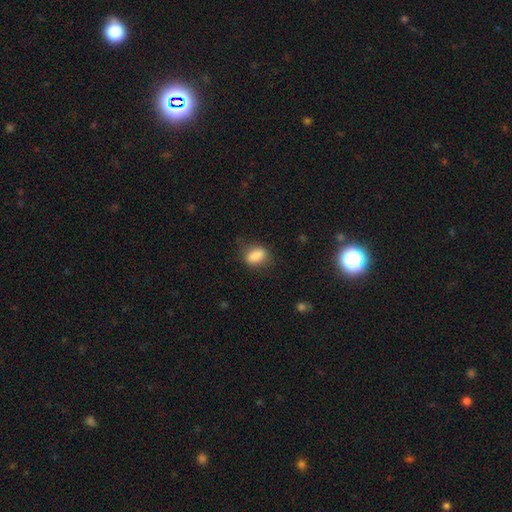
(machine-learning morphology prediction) Smooth or featured? smooth (85%)
How rounded? in between (81%)
Merging? none (70%)